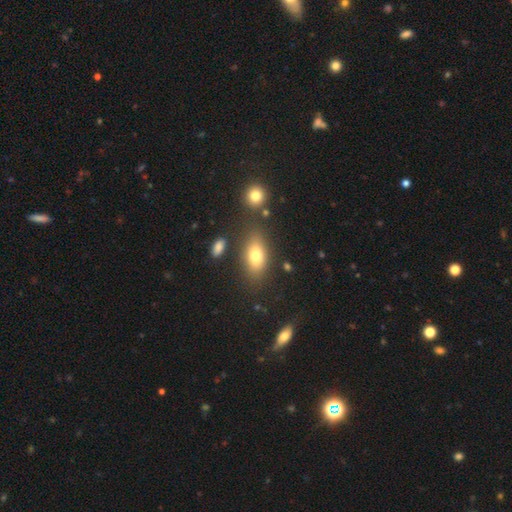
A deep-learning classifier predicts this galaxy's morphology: The model was most divided on "smooth or featured": smooth: 75%, featured or disk: 14%, star or artifact: 10%. More confident: how rounded — in between (85%); merging — none (76%).